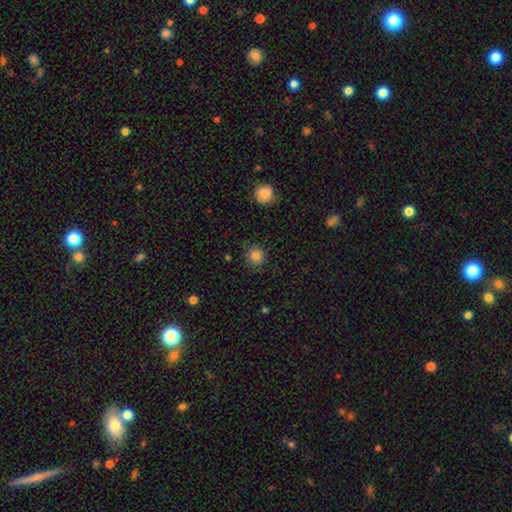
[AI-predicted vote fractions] smooth-or-featured: smooth: 84% | star or artifact: 11% | featured or disk: 4%
  how-rounded: round: 87% | in between: 12% | cigar-shaped: 1%
  merging: none: 84% | minor disturbance: 12% | major disturbance: 3% | merger: 1%